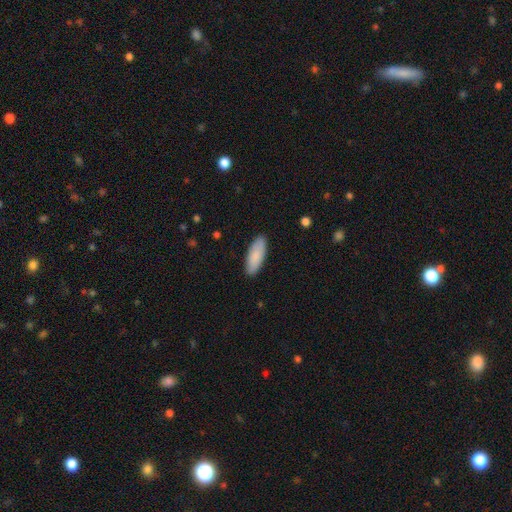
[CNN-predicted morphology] The model was most divided on "how rounded": in between: 72%, cigar-shaped: 26%, round: 2%. More confident: merging — none (89%); smooth or featured — smooth (88%).